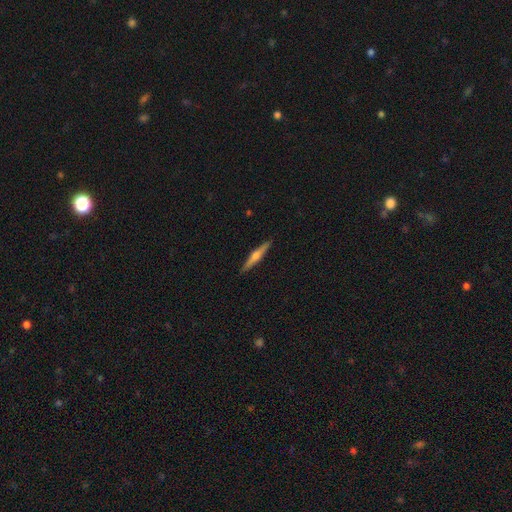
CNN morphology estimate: This appears to be a featured or disk galaxy (67%) viewed edge-on (98%) with a rounded central bulge (87%). Merging: none (92%).